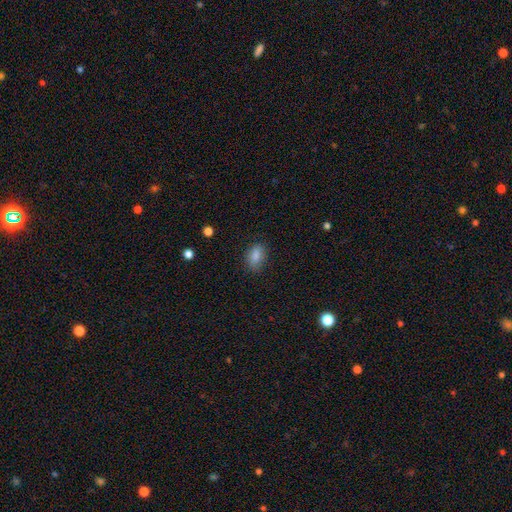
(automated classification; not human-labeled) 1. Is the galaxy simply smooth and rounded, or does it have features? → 84% smooth, 9% star or artifact, 7% featured or disk.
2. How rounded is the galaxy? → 84% in between, 12% round, 4% cigar-shaped.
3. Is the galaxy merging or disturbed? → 81% none, 14% minor disturbance, 3% major disturbance, 1% merger.